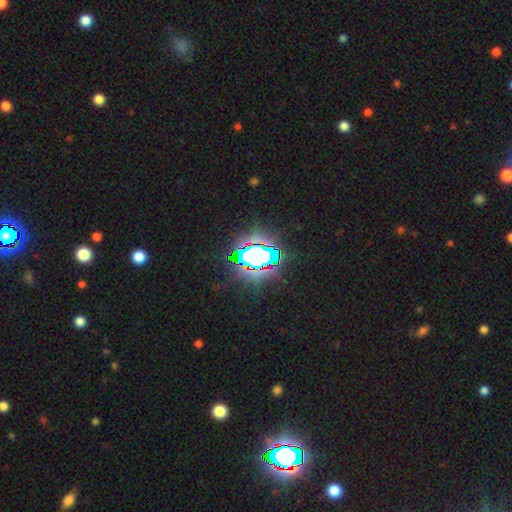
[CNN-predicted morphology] Smooth or featured?
  - star or artifact: 75% *
  - smooth: 14%
  - featured or disk: 11%